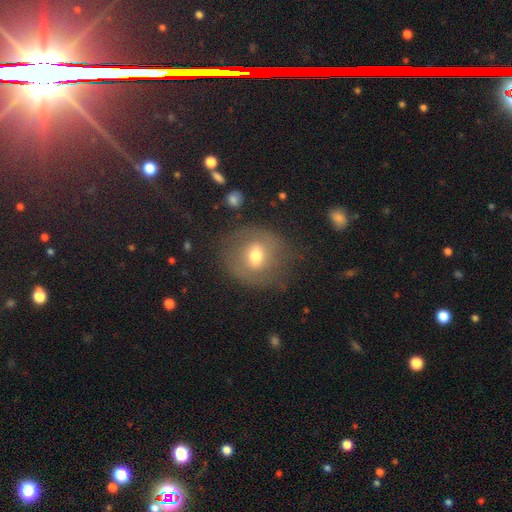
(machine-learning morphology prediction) Smooth or featured? Predicted: smooth (p=0.54). How rounded? Predicted: round (p=0.70). Merging? Predicted: none (p=0.67).